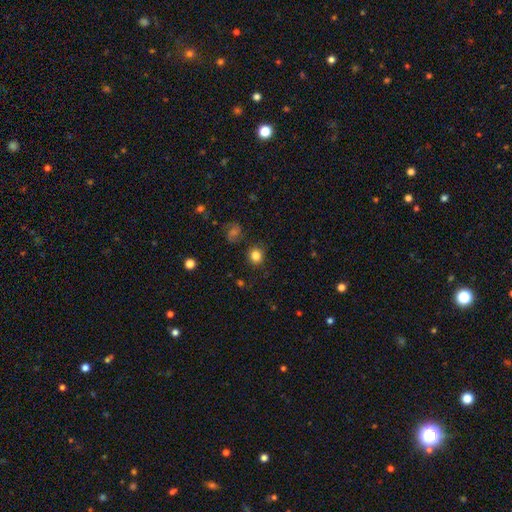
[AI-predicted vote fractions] A smooth galaxy with no disk features (83%) that is round (88%).

Vote fractions:
- Smooth or featured? smooth: 83% / star or artifact: 11% / featured or disk: 6%
- How rounded? round: 88% / in between: 11% / cigar-shaped: 1%
- Merging? none: 85% / minor disturbance: 9% / major disturbance: 3% / merger: 2%